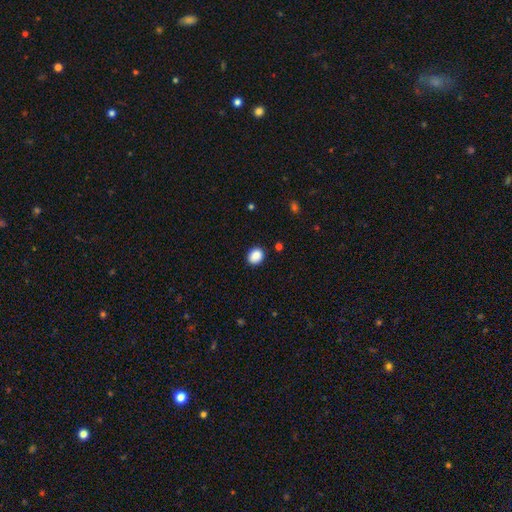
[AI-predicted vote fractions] Smooth or featured? Predicted: smooth (p=0.88). How rounded? Predicted: round (p=0.56). Merging? Predicted: none (p=0.88).